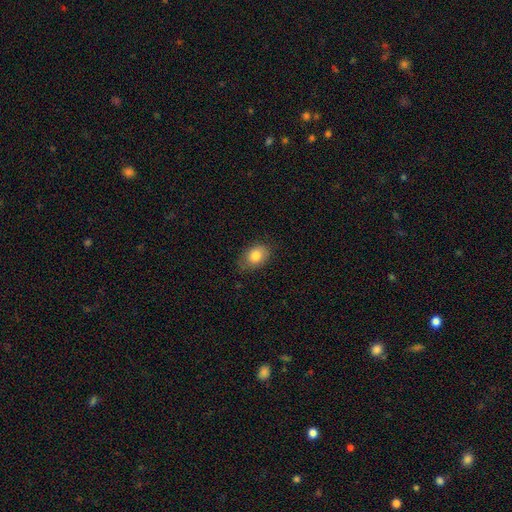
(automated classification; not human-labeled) This is clearly a smooth galaxy (81%). How rounded: likely in between (75%). Merging: likely none (73%).